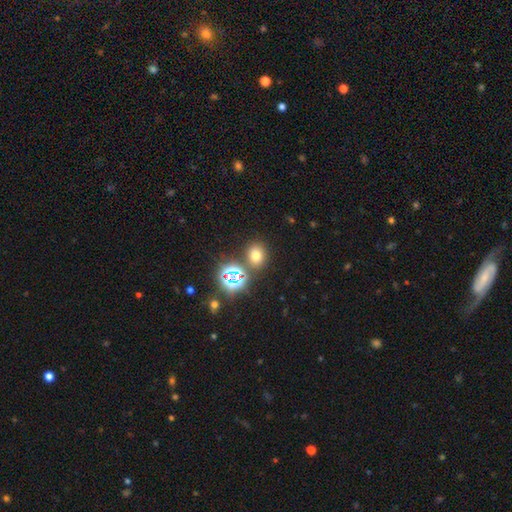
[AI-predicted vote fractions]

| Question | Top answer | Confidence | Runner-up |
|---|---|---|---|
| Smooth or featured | smooth | 64% | star or artifact (28%) |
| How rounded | round | 61% | in between (37%) |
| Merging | none | 78% | minor disturbance (9%) |